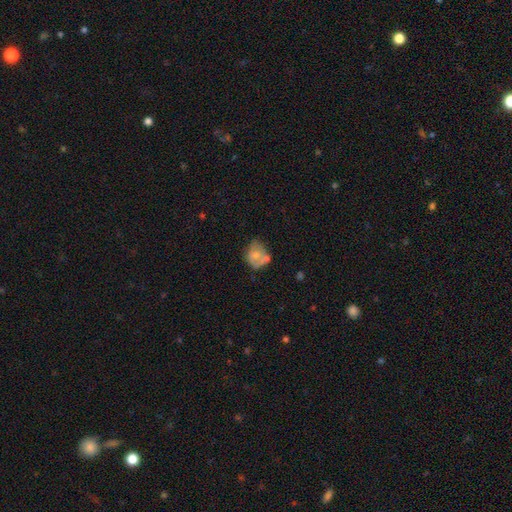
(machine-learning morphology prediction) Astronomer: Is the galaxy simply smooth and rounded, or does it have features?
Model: smooth — 60%.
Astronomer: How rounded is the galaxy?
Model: round — 58% (runner-up: in between, 41%).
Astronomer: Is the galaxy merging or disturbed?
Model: none — 38% (runner-up: minor disturbance, 26%).